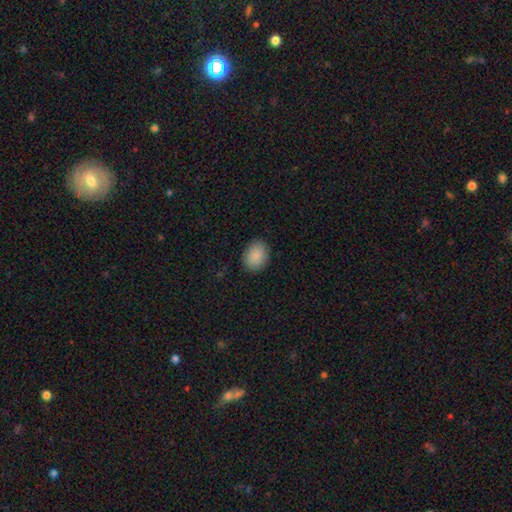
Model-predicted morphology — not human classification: Q: Smooth or featured?
A: smooth (88%); runner-up: star or artifact (7%)
Q: How rounded?
A: in between (58%); runner-up: round (41%)
Q: Merging?
A: none (88%); runner-up: minor disturbance (9%)